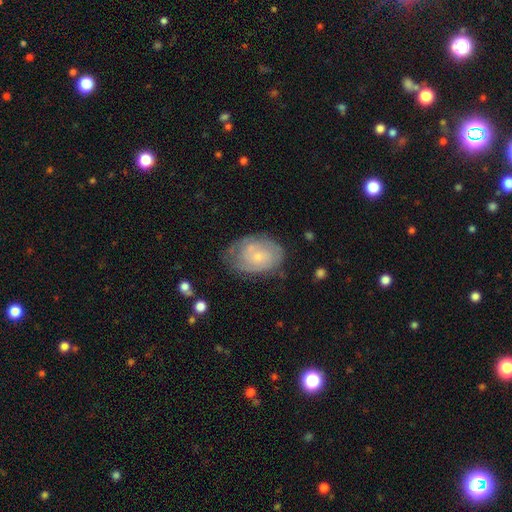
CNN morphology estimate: smooth_or_featured: featured or disk (p=0.62) [alt: smooth p=0.32]
disk_edge_on: no (p=0.97) [alt: yes p=0.03]
bar: no (p=0.79) [alt: weak p=0.18]
has_spiral_arms: yes (p=0.76) [alt: no p=0.24]
bulge_size: small (p=0.73) [alt: moderate p=0.21]
merging: none (p=0.59) [alt: minor disturbance p=0.26]